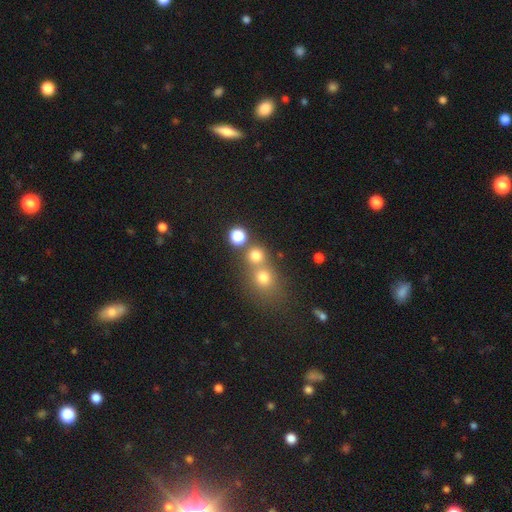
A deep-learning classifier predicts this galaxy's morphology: type=smooth (73%); roundness=round (86%); merging=none (52%).